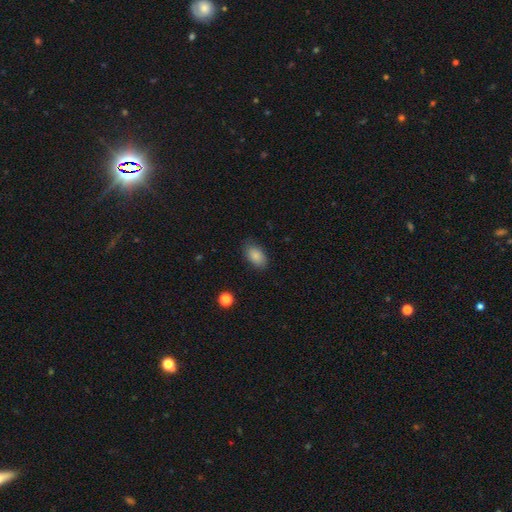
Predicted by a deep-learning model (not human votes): A smooth galaxy with no disk features (85%) that is in between round and cigar-shaped (90%). Merging: none (81%).